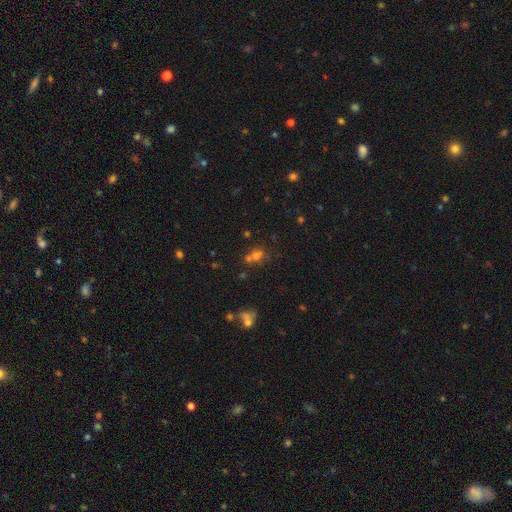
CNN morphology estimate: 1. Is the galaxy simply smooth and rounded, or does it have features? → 54% smooth, 32% star or artifact, 14% featured or disk.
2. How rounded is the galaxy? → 64% round, 34% in between, 2% cigar-shaped.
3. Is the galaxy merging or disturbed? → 48% none, 36% merger, 10% minor disturbance, 5% major disturbance.